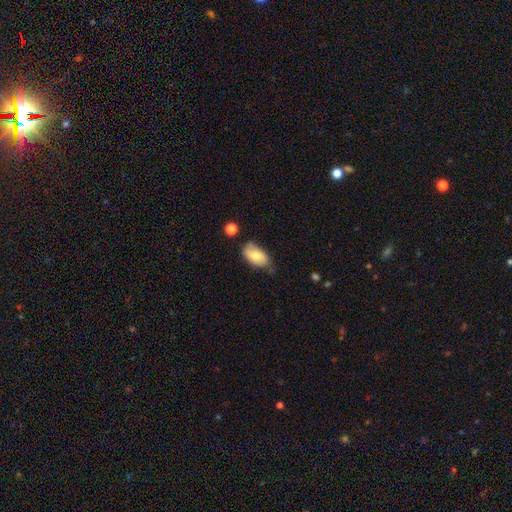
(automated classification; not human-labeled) Smooth or featured: smooth — 72% (featured or disk — 21%)
How rounded: in between — 93% (round — 5%)
Merging: none — 54% (minor disturbance — 35%)